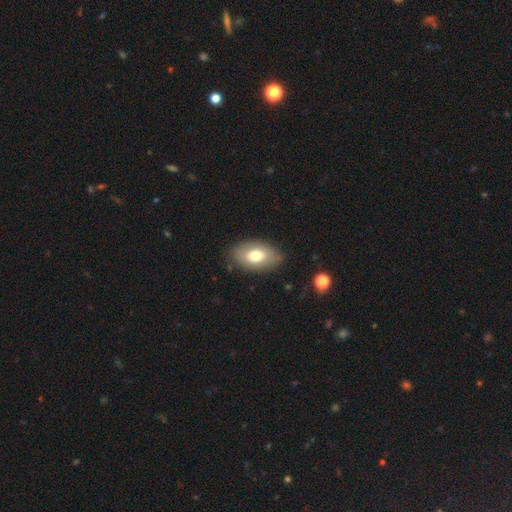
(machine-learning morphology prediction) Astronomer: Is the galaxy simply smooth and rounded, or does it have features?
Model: smooth — 72%.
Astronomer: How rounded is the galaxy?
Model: in between — 91%.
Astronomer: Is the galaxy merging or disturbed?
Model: none — 81%.